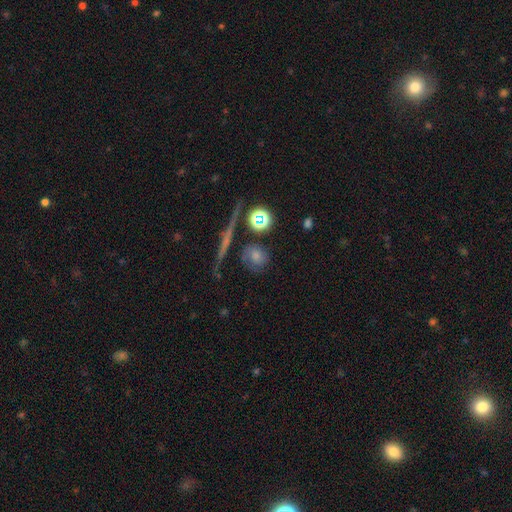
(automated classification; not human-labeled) A smooth galaxy with no disk features (58%) that is round (76%). Merging: none (63%).